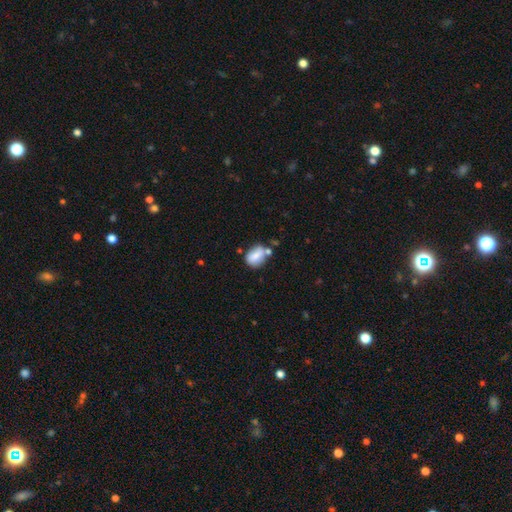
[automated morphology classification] Overall: smooth (72%). How rounded: in between (64%; round 34%). Merging: none (48%; minor disturbance 23%).